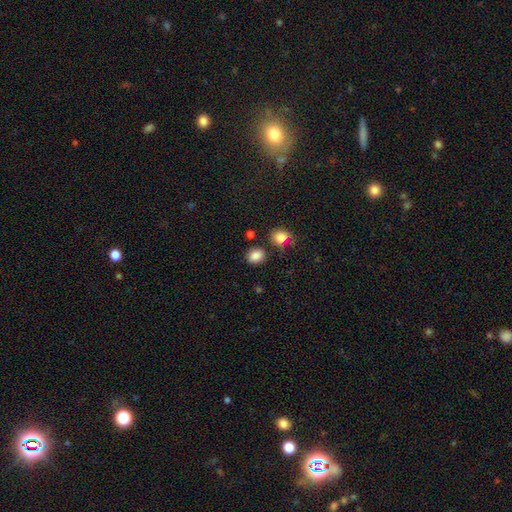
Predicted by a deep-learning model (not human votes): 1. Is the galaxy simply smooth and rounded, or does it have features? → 85% smooth, 10% star or artifact, 4% featured or disk.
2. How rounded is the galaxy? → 57% round, 42% in between, 1% cigar-shaped.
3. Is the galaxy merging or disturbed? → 79% none, 11% minor disturbance, 7% merger, 3% major disturbance.